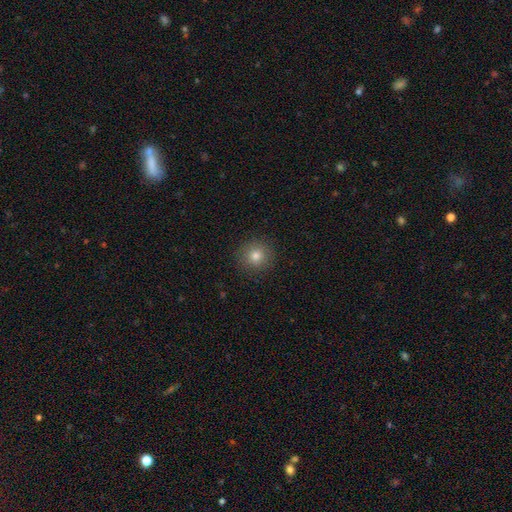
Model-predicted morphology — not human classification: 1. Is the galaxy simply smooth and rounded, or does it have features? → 80% smooth, 13% star or artifact, 8% featured or disk.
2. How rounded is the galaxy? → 92% round, 7% in between, 1% cigar-shaped.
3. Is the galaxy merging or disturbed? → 91% none, 6% minor disturbance, 2% major disturbance, 1% merger.